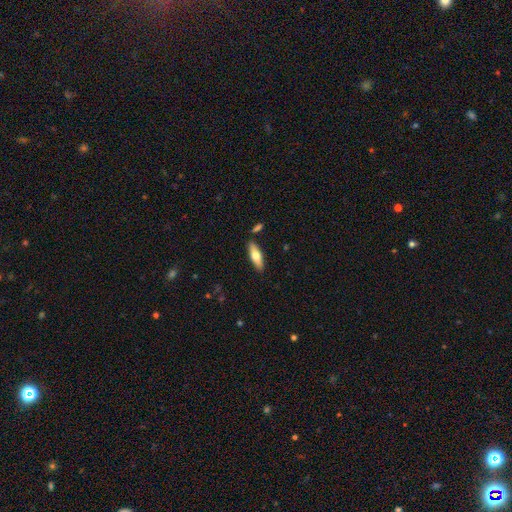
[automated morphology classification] Q: Smooth or featured?
A: smooth (64%); runner-up: featured or disk (30%)
Q: How rounded?
A: in between (54%); runner-up: cigar-shaped (44%)
Q: Merging?
A: none (86%); runner-up: minor disturbance (9%)